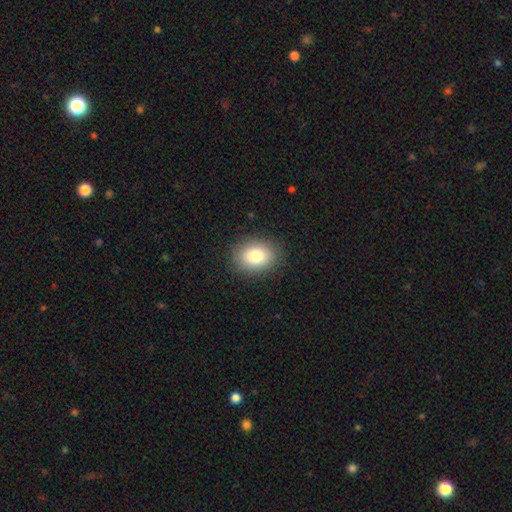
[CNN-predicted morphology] smooth_or_featured: smooth (p=0.83) [alt: star or artifact p=0.09]
how_rounded: in between (p=0.63) [alt: round p=0.36]
merging: none (p=0.87) [alt: minor disturbance p=0.09]